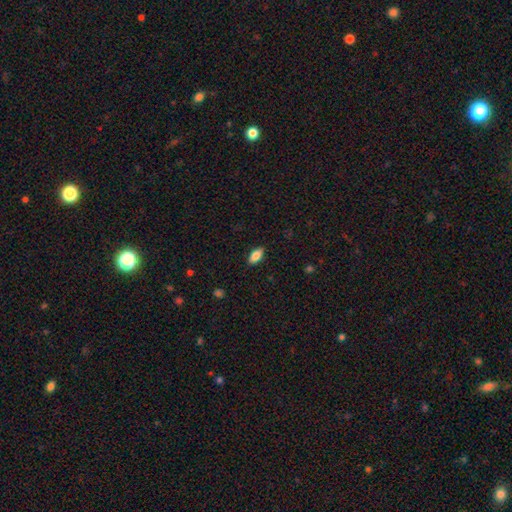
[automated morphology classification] Smooth or featured? Predicted: smooth (p=0.84). How rounded? Predicted: in between (p=0.90). Merging? Predicted: none (p=0.88).